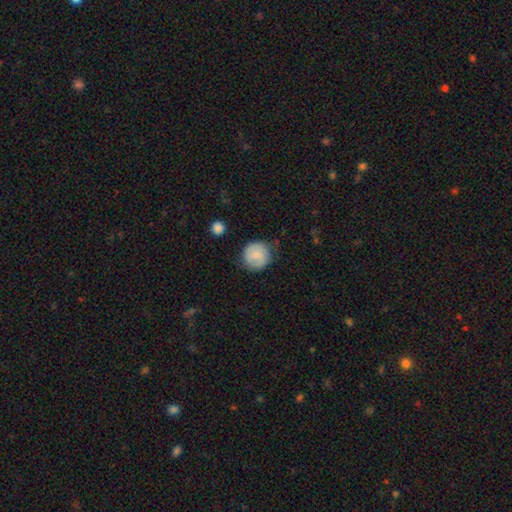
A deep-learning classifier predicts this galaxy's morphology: type=smooth (70%); roundness=round (91%); merging=none (76%).